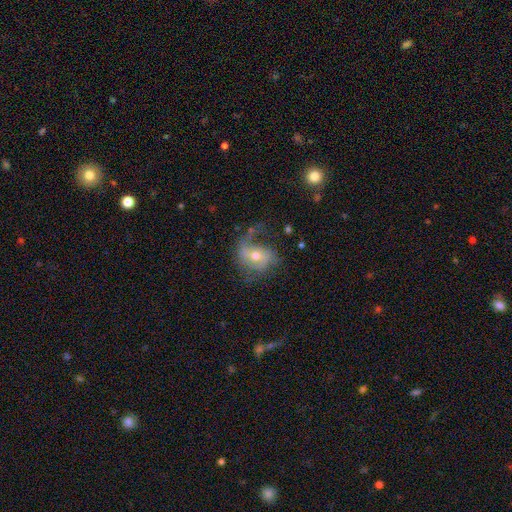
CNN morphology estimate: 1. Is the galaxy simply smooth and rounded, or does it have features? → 70% featured or disk, 22% smooth, 9% star or artifact.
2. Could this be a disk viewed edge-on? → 96% no, 4% yes.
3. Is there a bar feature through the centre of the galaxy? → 41% no (tied), 41% weak (tied), 18% strong.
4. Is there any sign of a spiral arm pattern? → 85% yes, 15% no.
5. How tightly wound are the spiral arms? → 55% loose, 33% medium, 12% tight.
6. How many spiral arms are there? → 52% 2, 32% 1, 10% can't tell, 3% 3, 1% 4, 1% more than 4.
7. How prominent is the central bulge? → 62% moderate, 33% small, 3% large, 1% none, 1% dominant.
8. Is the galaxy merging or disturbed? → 45% none, 29% major disturbance, 23% minor disturbance, 3% merger.